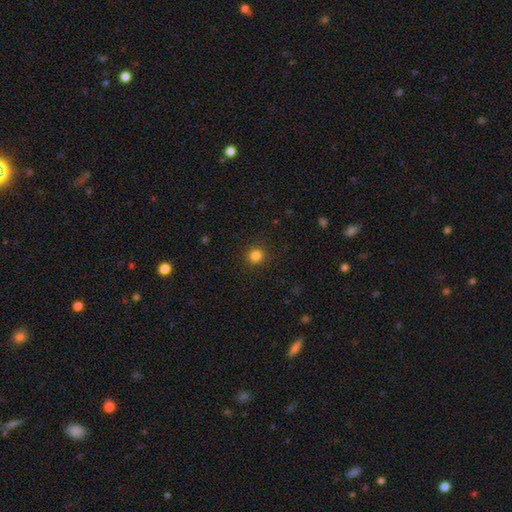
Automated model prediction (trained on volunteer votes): This appears to be a smooth galaxy with no disk features (83%) that is round (92%). Merging: none (90%).